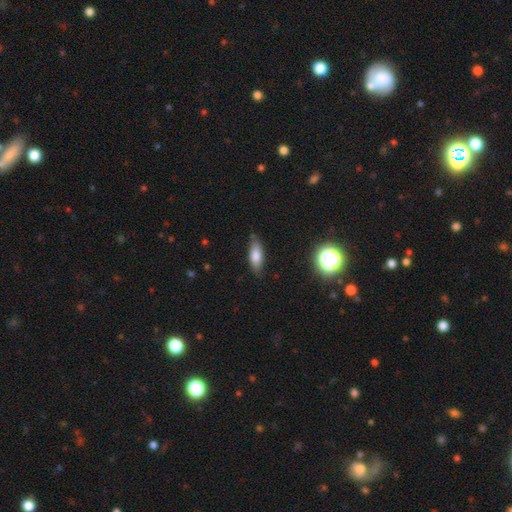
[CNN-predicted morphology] type=smooth (74%); roundness=in between (64%); merging=none (79%).